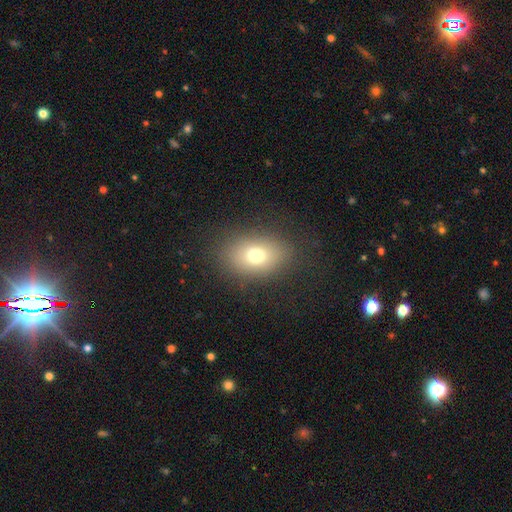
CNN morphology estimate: A smooth galaxy with no disk features (73%) that is in between round and cigar-shaped (66%). Merging: none (84%).